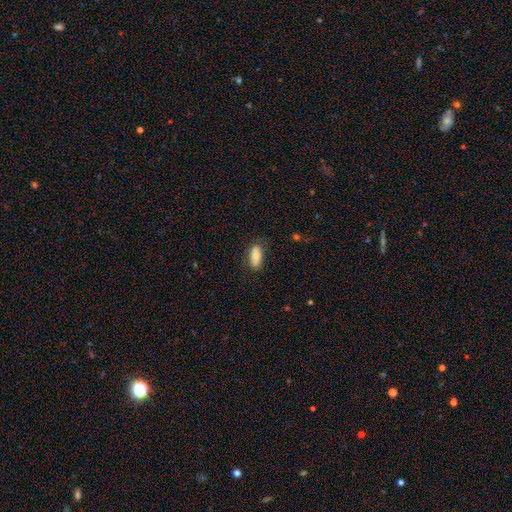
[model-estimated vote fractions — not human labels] smooth-or-featured: smooth: 78% | featured or disk: 15% | star or artifact: 7%
  how-rounded: in between: 83% | cigar-shaped: 14% | round: 3%
  merging: none: 76% | minor disturbance: 18% | major disturbance: 5% | merger: 2%